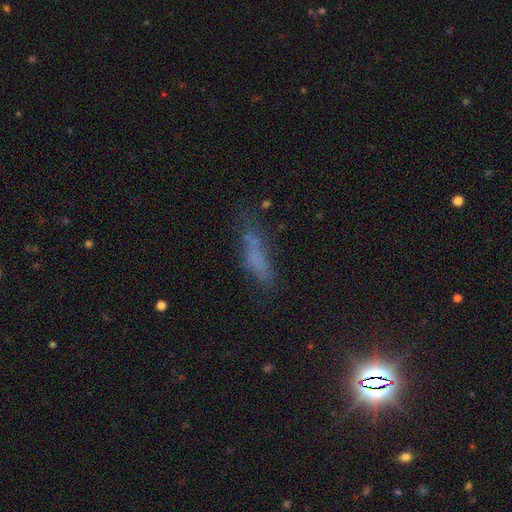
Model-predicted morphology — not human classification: smooth 53%, featured or disk 24%, star or artifact 23%. Down the decision tree: how rounded — cigar-shaped (67%); merging — none (53%).